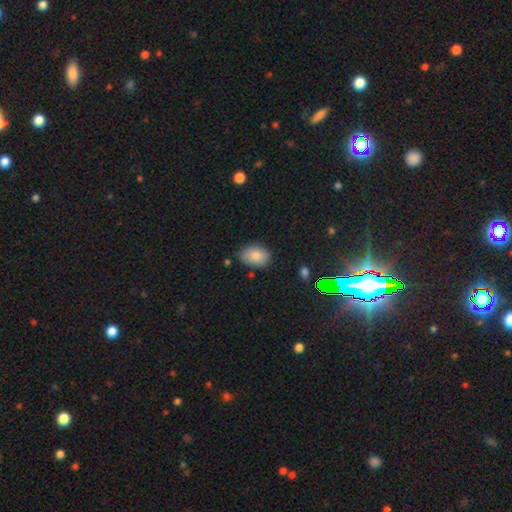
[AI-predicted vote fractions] This is clearly a smooth galaxy (84%). How rounded: likely in between (80%). Merging: likely none (78%).